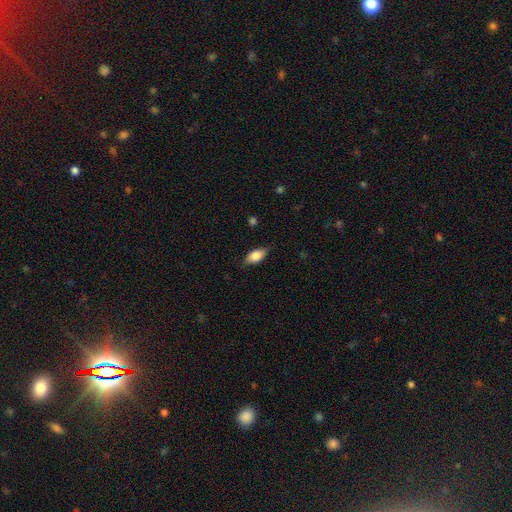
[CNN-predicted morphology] smooth-or-featured: smooth: 80% | featured or disk: 14% | star or artifact: 7%
  how-rounded: in between: 89% | cigar-shaped: 7% | round: 4%
  merging: none: 81% | minor disturbance: 15% | major disturbance: 3% | merger: 1%